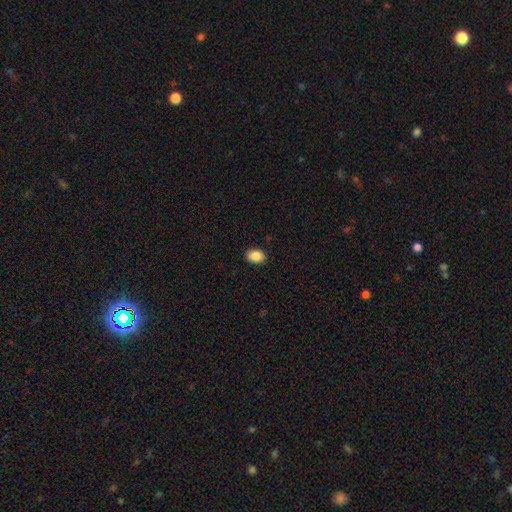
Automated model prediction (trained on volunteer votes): Q: Smooth or featured?
A: smooth (89%); runner-up: star or artifact (8%)
Q: How rounded?
A: in between (79%); runner-up: round (20%)
Q: Merging?
A: none (89%); runner-up: minor disturbance (8%)